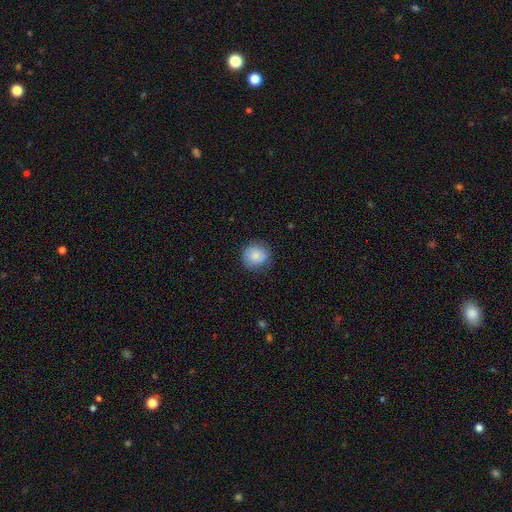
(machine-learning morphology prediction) Q: Smooth or featured?
A: smooth (84%); runner-up: featured or disk (9%)
Q: How rounded?
A: round (91%); runner-up: in between (8%)
Q: Merging?
A: none (80%); runner-up: minor disturbance (15%)